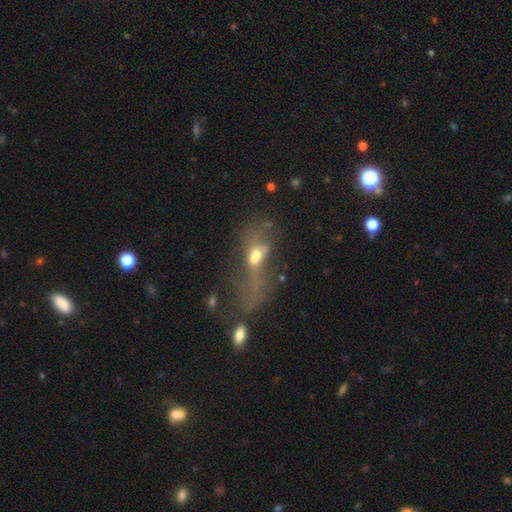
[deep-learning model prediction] Overall: featured or disk (46%; smooth 39%). Merging: merger (49%; major disturbance 34%).